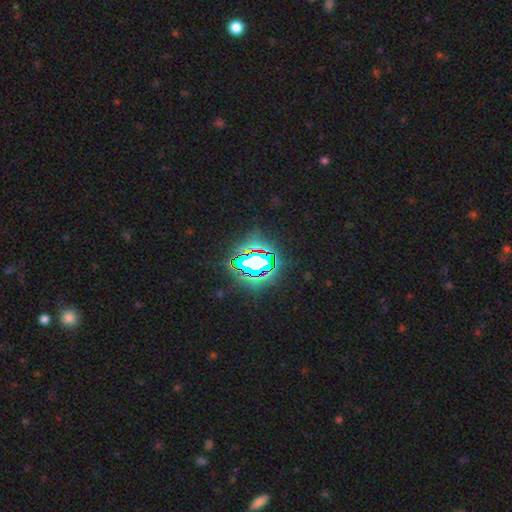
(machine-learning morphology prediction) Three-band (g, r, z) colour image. It shows a star or artifact, not a galaxy (82%).